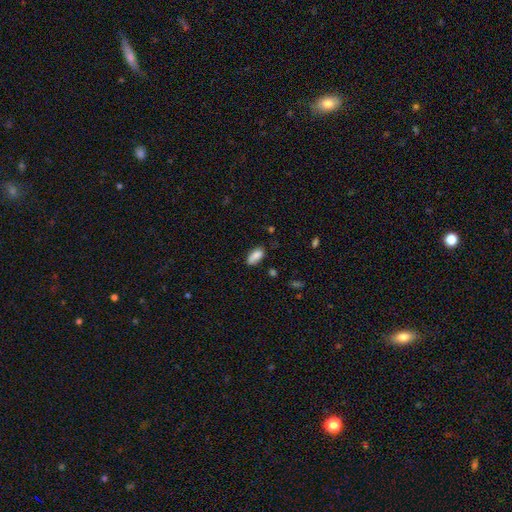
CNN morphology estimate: This appears to be a smooth galaxy with no disk features (83%) that is in between round and cigar-shaped (87%). Merging: none (62%).